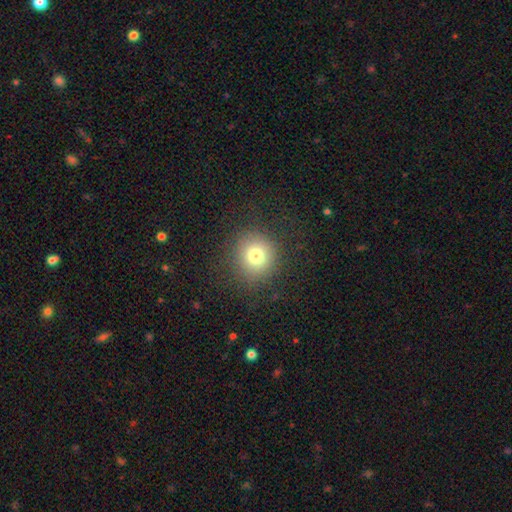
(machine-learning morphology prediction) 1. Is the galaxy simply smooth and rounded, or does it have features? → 76% smooth, 14% star or artifact, 9% featured or disk.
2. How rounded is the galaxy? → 89% round, 10% in between, 1% cigar-shaped.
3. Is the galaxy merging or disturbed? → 86% none, 8% minor disturbance, 5% major disturbance, 1% merger.